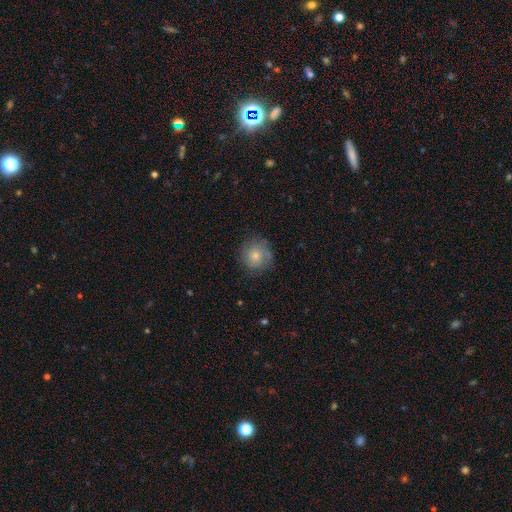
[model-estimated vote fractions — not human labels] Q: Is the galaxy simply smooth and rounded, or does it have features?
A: smooth — 72%.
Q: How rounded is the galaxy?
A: round — 89%.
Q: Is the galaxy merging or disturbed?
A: none — 75%.